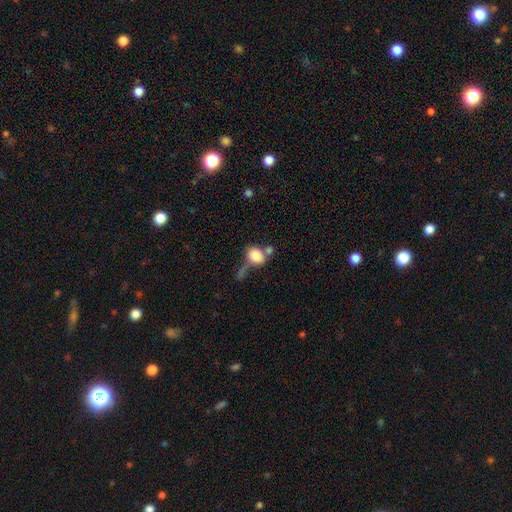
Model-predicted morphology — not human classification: smooth-or-featured: smooth: 77% | featured or disk: 13% | star or artifact: 9%
  how-rounded: in between: 58% | round: 40% | cigar-shaped: 2%
  merging: merger: 35% | none: 32% | major disturbance: 16% | minor disturbance: 16%